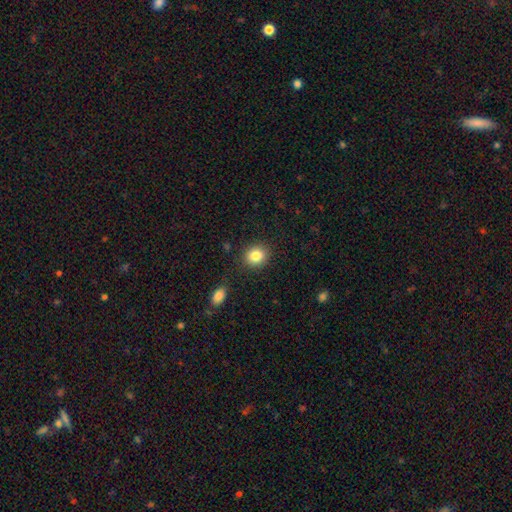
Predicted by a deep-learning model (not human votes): This appears to be a smooth galaxy with no disk features (84%) that is round (77%). Merging: none (88%).